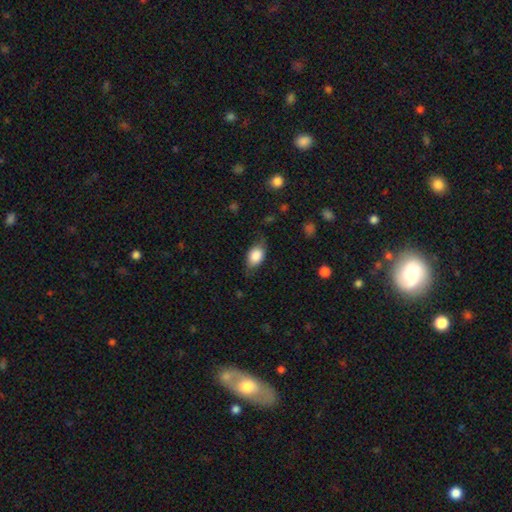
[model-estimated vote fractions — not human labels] The model was most divided on "merging": none: 66%, minor disturbance: 25%, major disturbance: 8%, merger: 1%. More confident: how rounded — in between (84%); smooth or featured — smooth (80%).